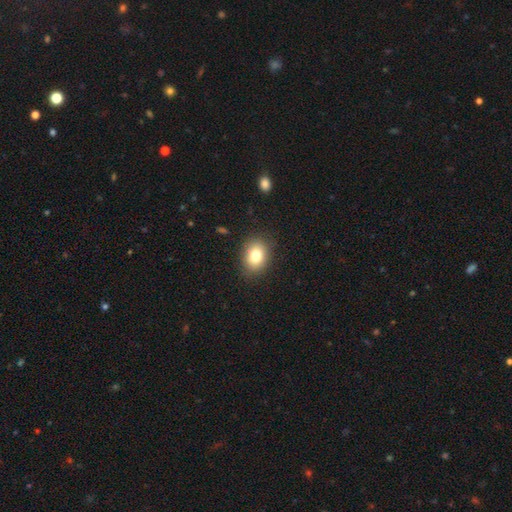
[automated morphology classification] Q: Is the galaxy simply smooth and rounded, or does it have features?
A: smooth — 80%.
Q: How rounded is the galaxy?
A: in between — 61%.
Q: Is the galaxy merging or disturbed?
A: none — 86%.